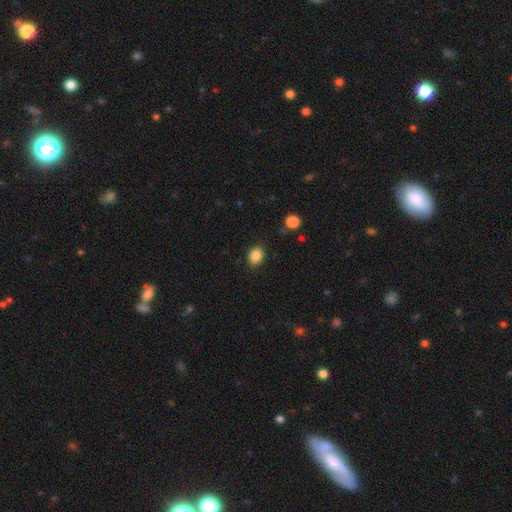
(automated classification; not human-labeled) A smooth galaxy with no disk features (87%) that is round (54%). Merging: none (87%).